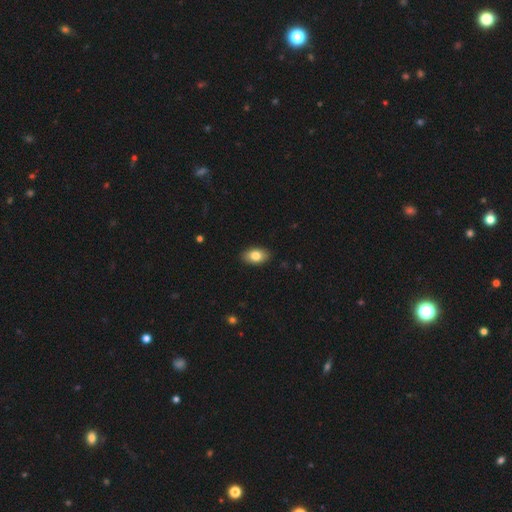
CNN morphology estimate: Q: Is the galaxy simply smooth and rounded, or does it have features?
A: smooth — 82%.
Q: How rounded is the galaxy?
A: in between — 91%.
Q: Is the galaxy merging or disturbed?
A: none — 89%.